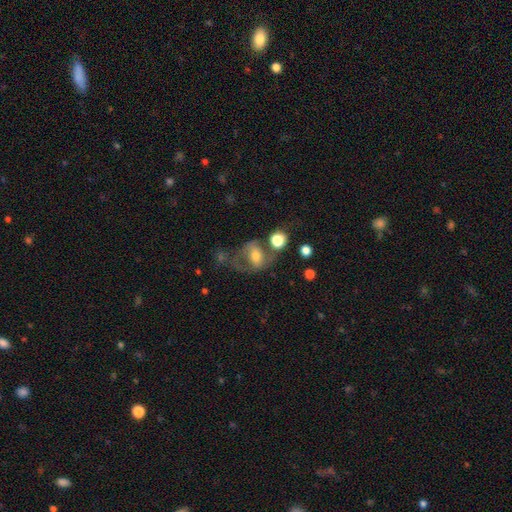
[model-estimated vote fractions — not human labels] This is possibly a smooth galaxy (49%). Merging: marginally none (36%).